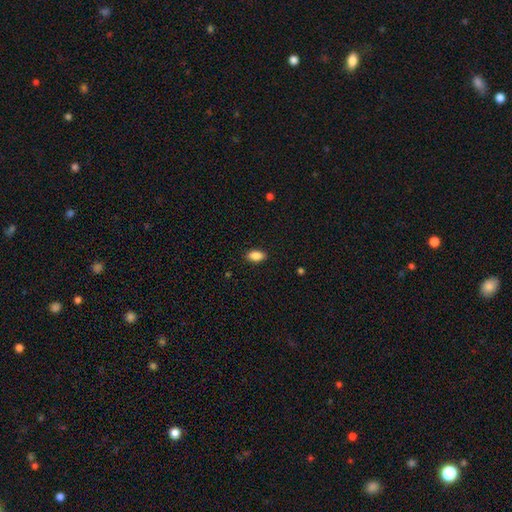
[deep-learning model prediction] Q: Smooth or featured?
A: smooth (88%); runner-up: star or artifact (8%)
Q: How rounded?
A: in between (91%); runner-up: round (5%)
Q: Merging?
A: none (89%); runner-up: minor disturbance (8%)